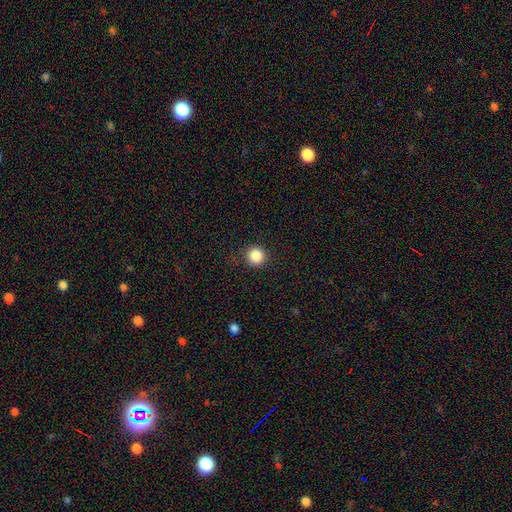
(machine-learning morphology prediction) Smooth or featured? smooth (86%)
How rounded? round (95%)
Merging? none (91%)